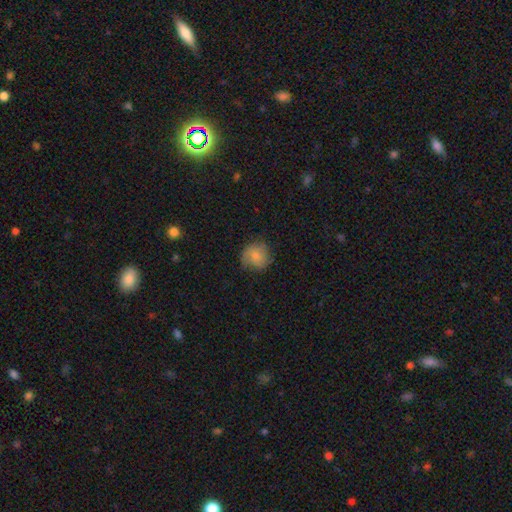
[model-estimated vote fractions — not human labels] Smooth or featured? smooth (74%)
How rounded? round (88%)
Merging? none (70%)